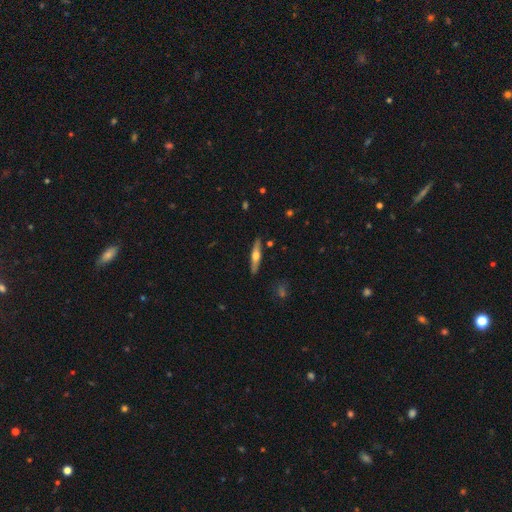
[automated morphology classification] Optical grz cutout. It shows a featured or disk galaxy (57%) viewed edge-on (95%) with a rounded central bulge (92%). Merging: none (89%).